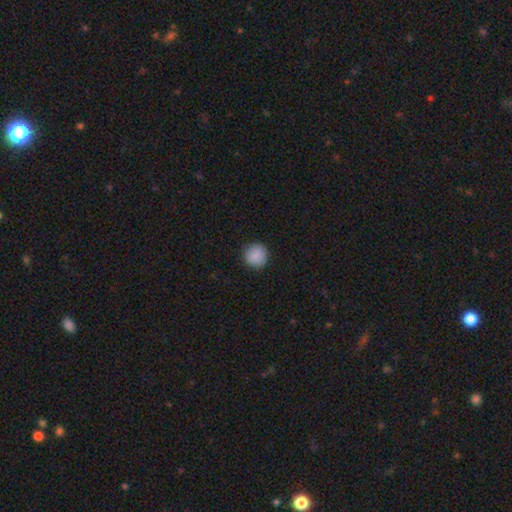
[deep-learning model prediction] Overall: smooth (88%). How rounded: round (94%). Merging: none (90%).